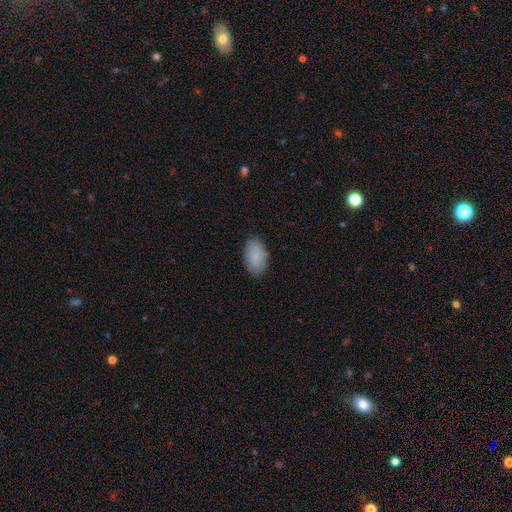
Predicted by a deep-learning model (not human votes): Smooth or featured? Predicted: smooth (p=0.88). How rounded? Predicted: in between (p=0.94). Merging? Predicted: none (p=0.85).